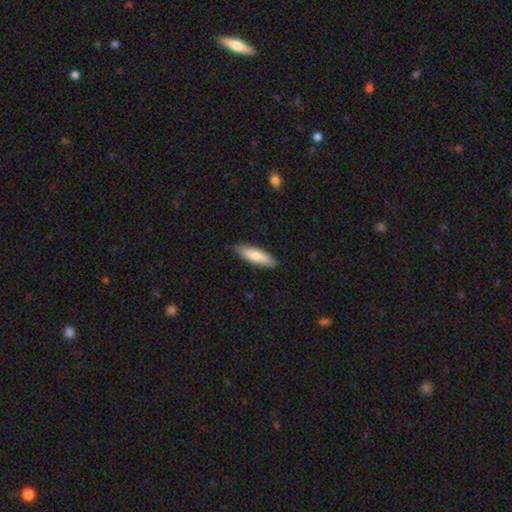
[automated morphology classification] smooth-or-featured: smooth: 75% | featured or disk: 19% | star or artifact: 5%
  how-rounded: cigar-shaped: 59% | in between: 40% | round: 2%
  merging: none: 85% | minor disturbance: 12% | major disturbance: 2% | merger: 1%